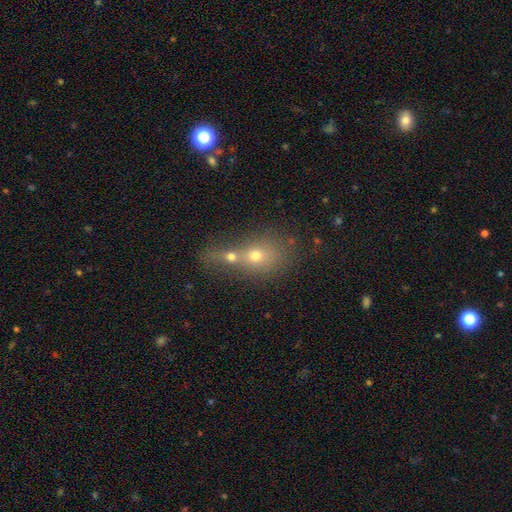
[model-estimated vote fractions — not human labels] Smooth or featured?
  - smooth: 62% *
  - featured or disk: 22%
  - star or artifact: 15%
How rounded?
  - round: 51% *
  - in between: 45%
  - cigar-shaped: 4%
Merging?
  - merger: 67% *
  - none: 22%
  - minor disturbance: 6%
  - major disturbance: 5%